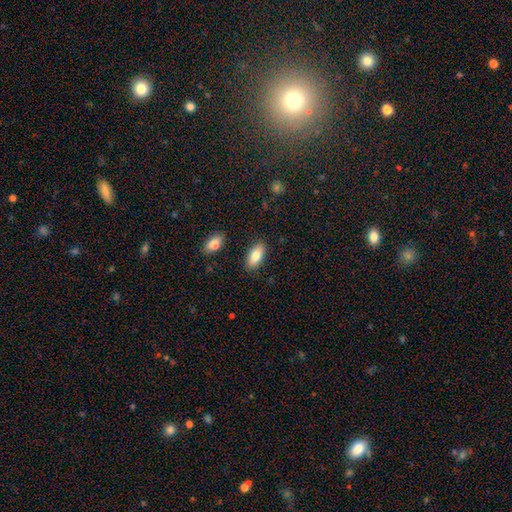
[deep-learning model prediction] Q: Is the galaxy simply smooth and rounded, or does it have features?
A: smooth — 82%.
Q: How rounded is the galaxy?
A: in between — 90%.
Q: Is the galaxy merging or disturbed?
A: none — 87%.